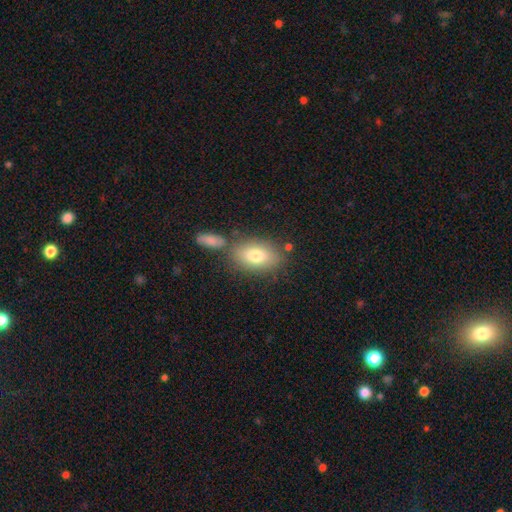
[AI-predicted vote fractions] This appears to be a smooth galaxy with no disk features (77%) that is in between round and cigar-shaped (86%). Merging: none (67%).